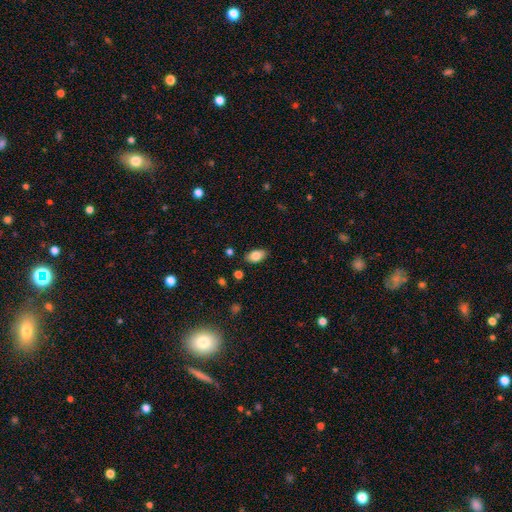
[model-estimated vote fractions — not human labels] This is clearly a smooth galaxy (84%). How rounded: clearly in between (92%). Merging: clearly none (86%).